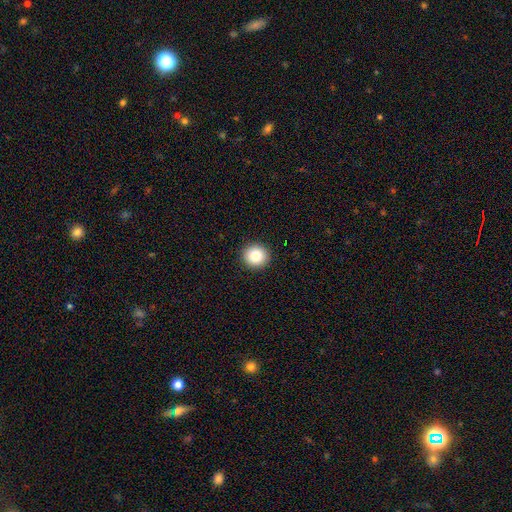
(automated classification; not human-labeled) Smooth or featured? smooth (83%)
How rounded? round (94%)
Merging? none (93%)